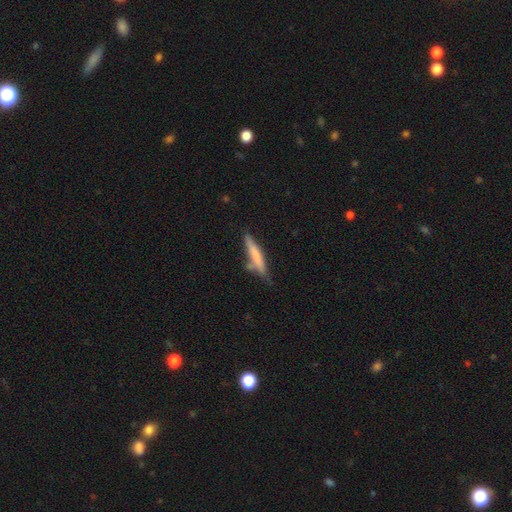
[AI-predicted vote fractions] Q: Smooth or featured?
A: smooth (67%); runner-up: featured or disk (27%)
Q: How rounded?
A: cigar-shaped (90%); runner-up: in between (9%)
Q: Merging?
A: none (61%); runner-up: minor disturbance (23%)